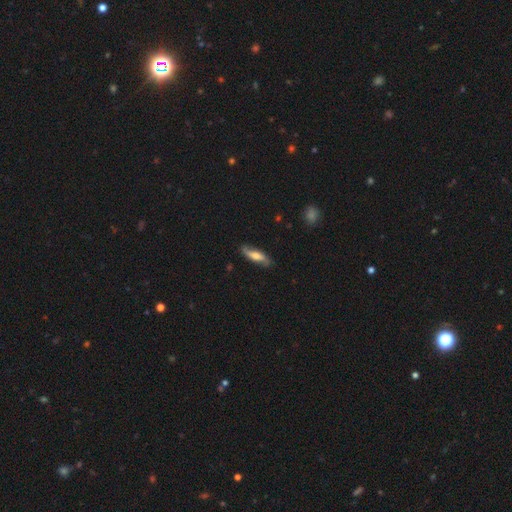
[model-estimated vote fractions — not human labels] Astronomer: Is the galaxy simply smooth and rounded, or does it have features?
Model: featured or disk — 54% (runner-up: smooth, 40%).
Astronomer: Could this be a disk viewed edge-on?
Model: no — 68%.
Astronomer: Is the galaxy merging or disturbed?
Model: none — 78%.